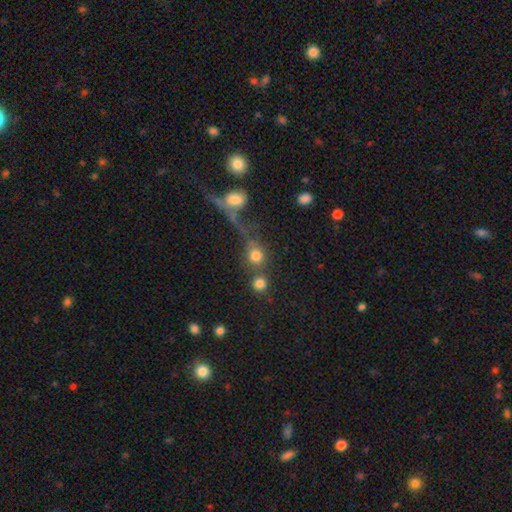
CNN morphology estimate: smooth 76%, star or artifact 12%, featured or disk 11%. Down the decision tree: how rounded — round (80%); merging — merger (43%).